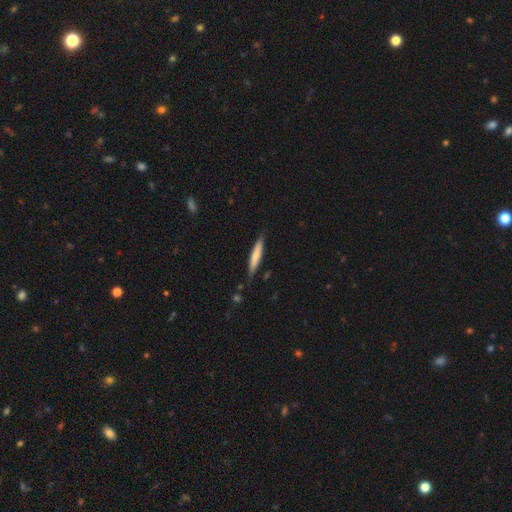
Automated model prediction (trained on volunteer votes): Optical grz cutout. It shows a smooth galaxy with no disk features (69%) that is cigar-shaped (92%). Merging: none (84%).